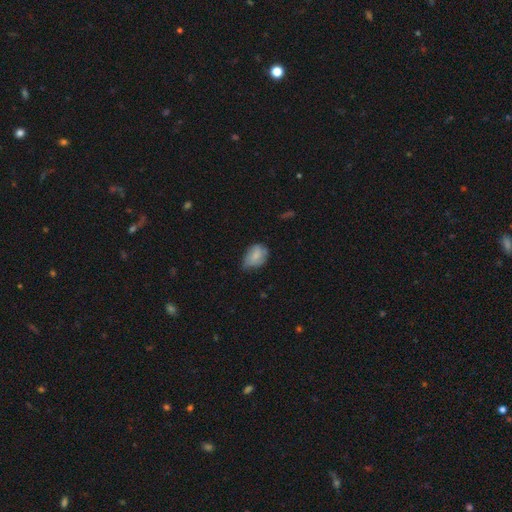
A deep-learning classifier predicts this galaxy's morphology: Overall: smooth (75%). How rounded: in between (78%). Merging: minor disturbance (44%; none 42%).